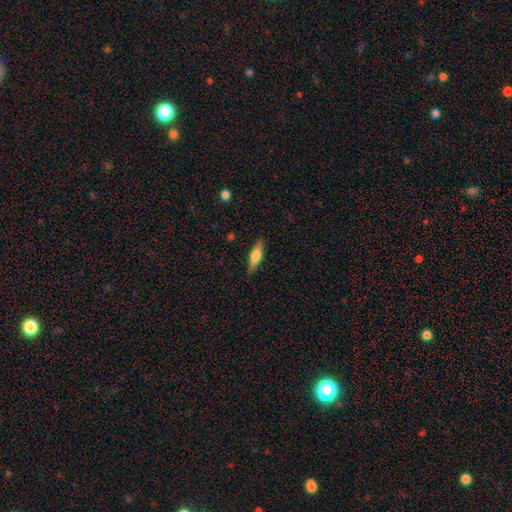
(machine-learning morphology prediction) A smooth galaxy with no disk features (53%) that is cigar-shaped (62%). Merging: none (86%).